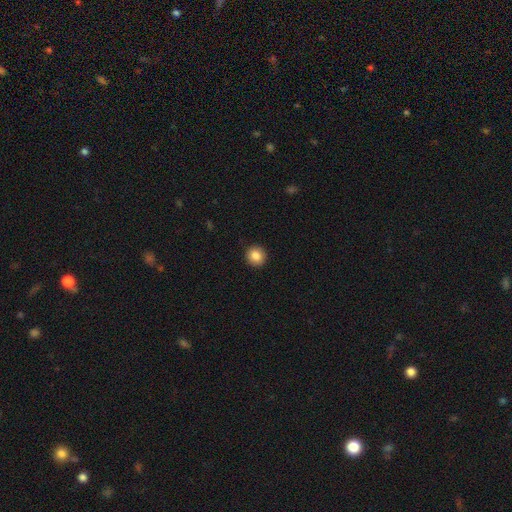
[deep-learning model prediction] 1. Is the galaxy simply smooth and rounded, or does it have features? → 86% smooth, 9% star or artifact, 5% featured or disk.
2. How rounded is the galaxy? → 90% round, 9% in between, 1% cigar-shaped.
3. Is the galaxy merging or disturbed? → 93% none, 5% minor disturbance, 2% major disturbance, 1% merger.